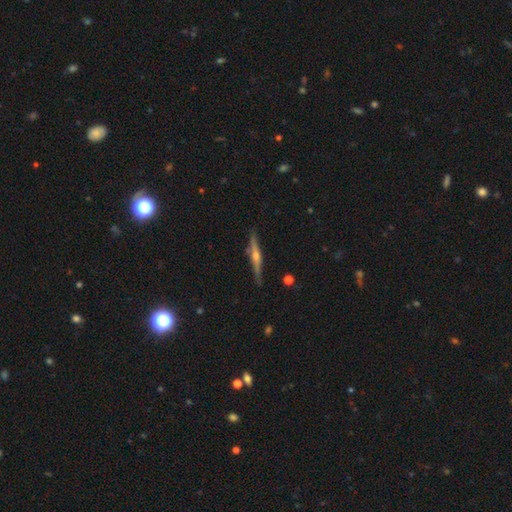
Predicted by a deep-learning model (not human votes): The model was most divided on "smooth or featured": featured or disk: 78%, smooth: 15%, star or artifact: 6%. More confident: edge-on disk — yes (98%); merging — none (88%); edge-on bulge — rounded (88%).